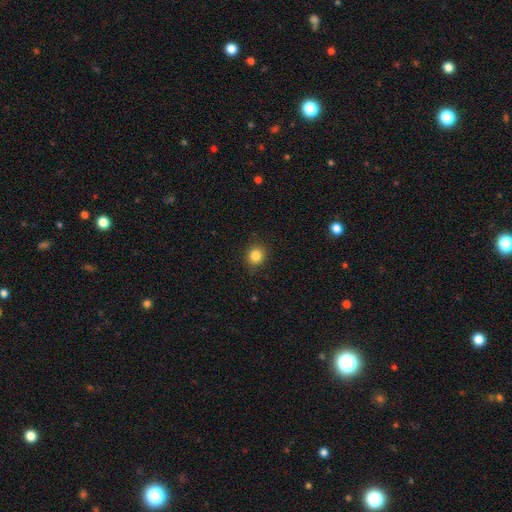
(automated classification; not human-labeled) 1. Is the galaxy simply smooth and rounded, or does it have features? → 84% smooth, 11% star or artifact, 5% featured or disk.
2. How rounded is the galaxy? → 85% round, 14% in between, 1% cigar-shaped.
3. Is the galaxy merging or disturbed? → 89% none, 8% minor disturbance, 2% major disturbance, 1% merger.